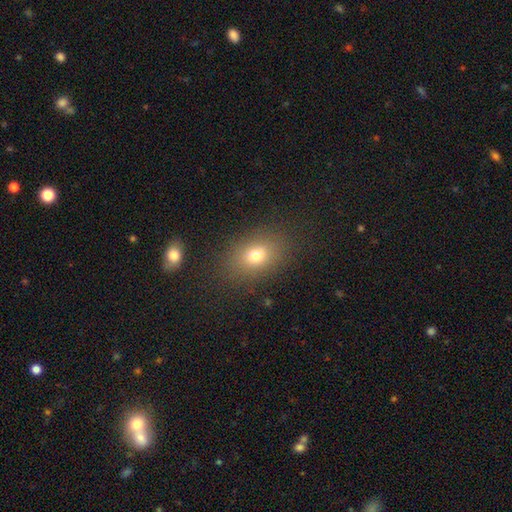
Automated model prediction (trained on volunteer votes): The model was most divided on "how rounded": in between: 75%, round: 23%, cigar-shaped: 2%. More confident: merging — none (82%); smooth or featured — smooth (75%).